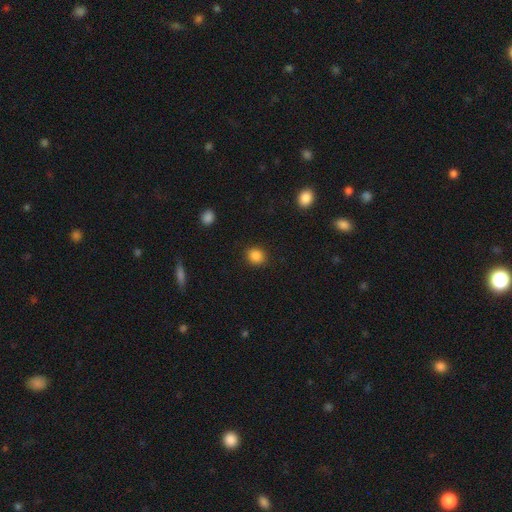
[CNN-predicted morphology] Smooth or featured: smooth — 86% (star or artifact — 10%)
How rounded: round — 82% (in between — 17%)
Merging: none — 91% (minor disturbance — 6%)